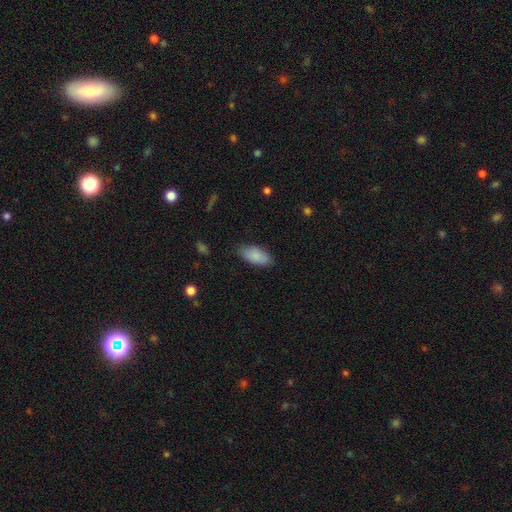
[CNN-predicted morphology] smooth_or_featured: smooth (p=0.87) [alt: featured or disk p=0.07]
how_rounded: in between (p=0.90) [alt: cigar-shaped p=0.07]
merging: none (p=0.82) [alt: minor disturbance p=0.14]